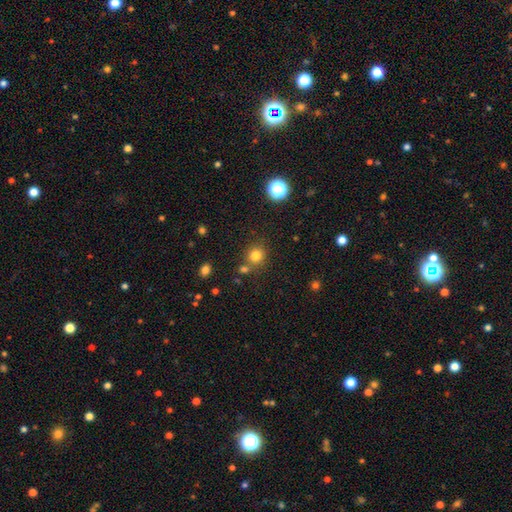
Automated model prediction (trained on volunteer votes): Overall: smooth (79%). How rounded: round (89%). Merging: none (72%).